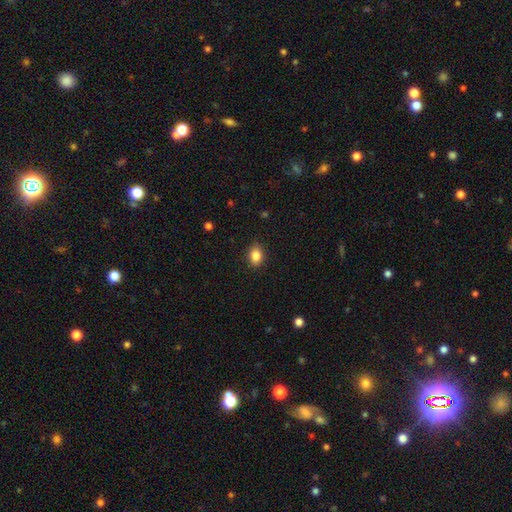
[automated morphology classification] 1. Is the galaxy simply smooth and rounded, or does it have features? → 86% smooth, 9% star or artifact, 5% featured or disk.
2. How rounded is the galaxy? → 67% in between, 32% round, 1% cigar-shaped.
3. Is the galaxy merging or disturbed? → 86% none, 11% minor disturbance, 2% major disturbance, 1% merger.